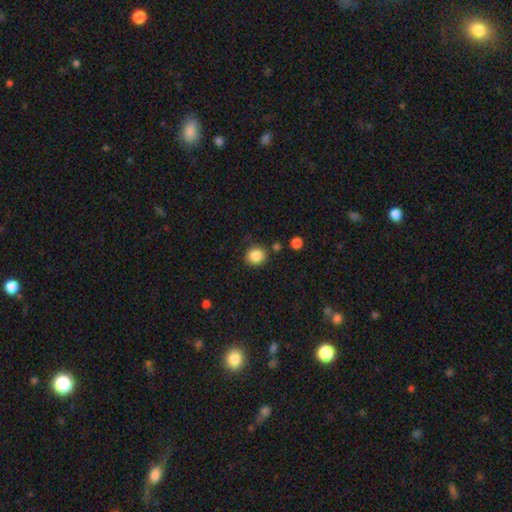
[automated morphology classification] Smooth or featured? smooth (86%)
How rounded? round (81%)
Merging? none (83%)